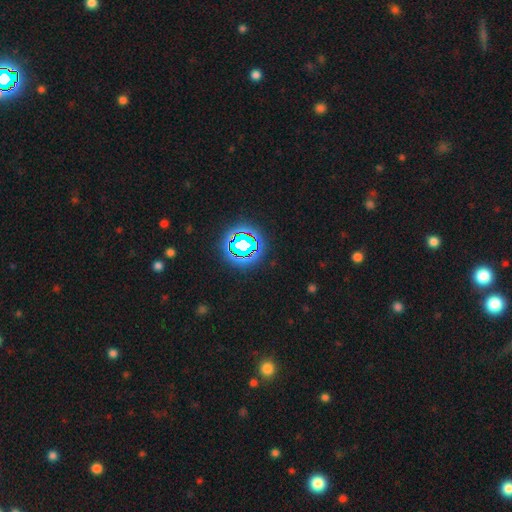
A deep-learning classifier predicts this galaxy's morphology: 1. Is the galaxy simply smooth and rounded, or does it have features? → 79% star or artifact, 14% smooth, 7% featured or disk.